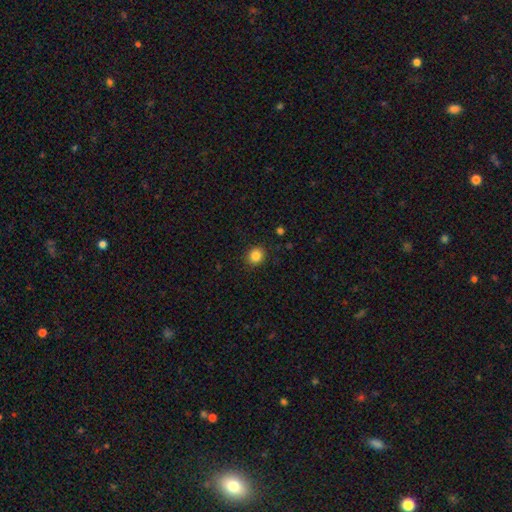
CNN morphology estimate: smooth 85%, star or artifact 11%, featured or disk 4%. Down the decision tree: how rounded — round (80%); merging — none (90%).